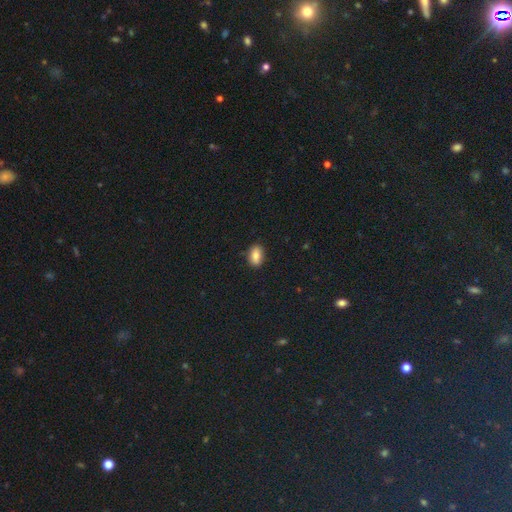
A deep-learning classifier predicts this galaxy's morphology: This is clearly a smooth galaxy (85%). How rounded: clearly in between (88%). Merging: clearly none (87%).